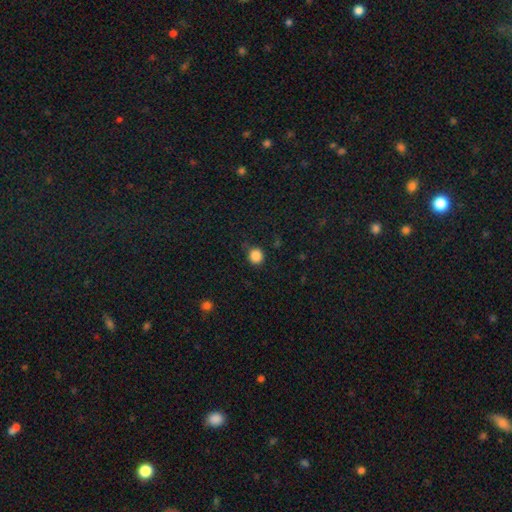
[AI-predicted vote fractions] Q: Smooth or featured?
A: smooth (86%); runner-up: star or artifact (11%)
Q: How rounded?
A: round (91%); runner-up: in between (8%)
Q: Merging?
A: none (84%); runner-up: minor disturbance (12%)